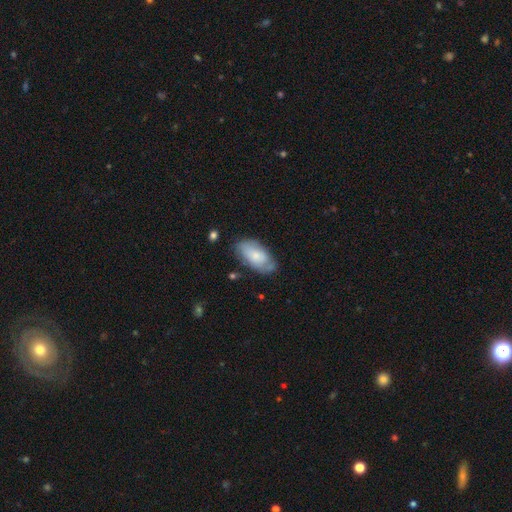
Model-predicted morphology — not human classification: A smooth galaxy with no disk features (58%) that is in between round and cigar-shaped (93%). Merging: none (64%).